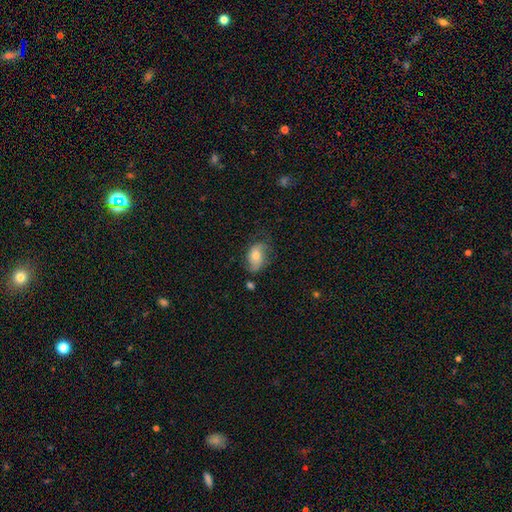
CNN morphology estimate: Overall: smooth (59%; featured or disk 32%). How rounded: in between (87%). Merging: none (55%; minor disturbance 29%).